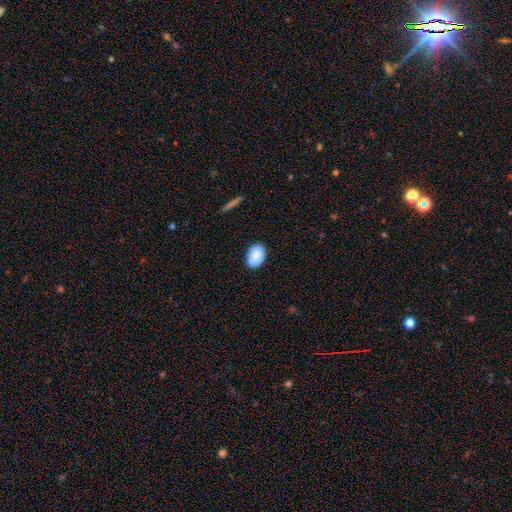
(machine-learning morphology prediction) smooth 87%, star or artifact 6%, featured or disk 6%. Down the decision tree: how rounded — in between (86%); merging — none (82%).